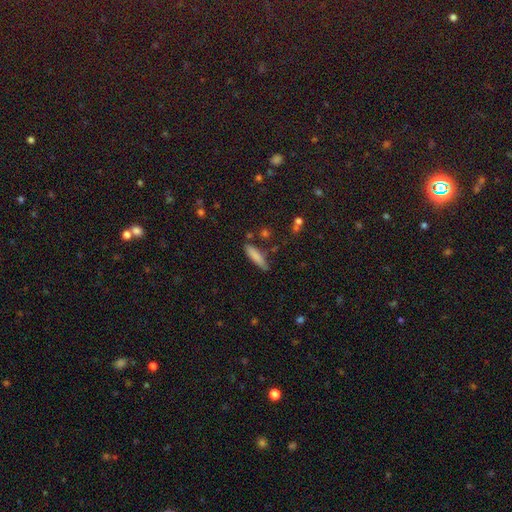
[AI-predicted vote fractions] Smooth or featured? Predicted: smooth (p=0.80). How rounded? Predicted: cigar-shaped (p=0.76). Merging? Predicted: none (p=0.77).